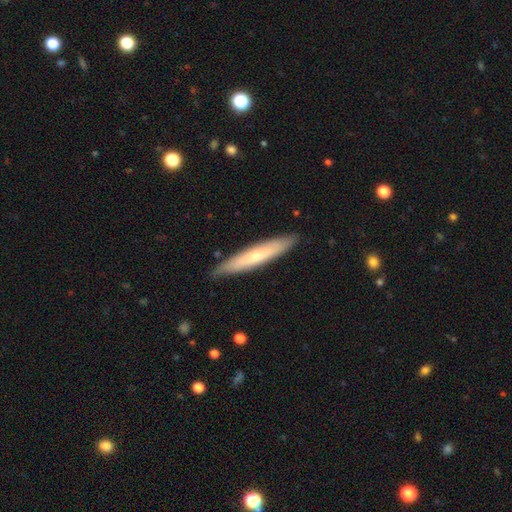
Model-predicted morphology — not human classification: smooth 52%, featured or disk 43%, star or artifact 5%. Down the decision tree: how rounded — cigar-shaped (91%); merging — none (87%).